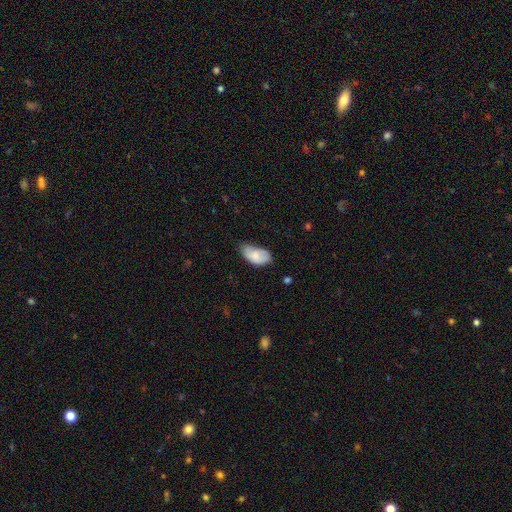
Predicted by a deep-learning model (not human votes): smooth 79%, featured or disk 14%, star or artifact 7%. Down the decision tree: how rounded — in between (94%); merging — minor disturbance (47%).